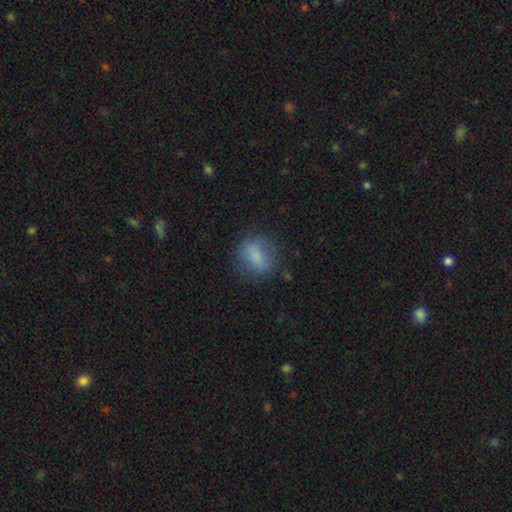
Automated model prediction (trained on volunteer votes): smooth-or-featured: smooth: 74% | featured or disk: 17% | star or artifact: 9%
  how-rounded: round: 53% | in between: 45% | cigar-shaped: 2%
  merging: none: 69% | minor disturbance: 20% | major disturbance: 9% | merger: 2%